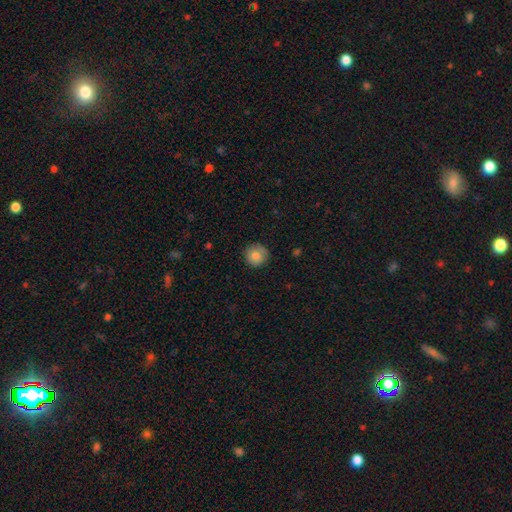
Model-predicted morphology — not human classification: This appears to be a smooth galaxy with no disk features (80%) that is round (93%). Merging: none (84%).